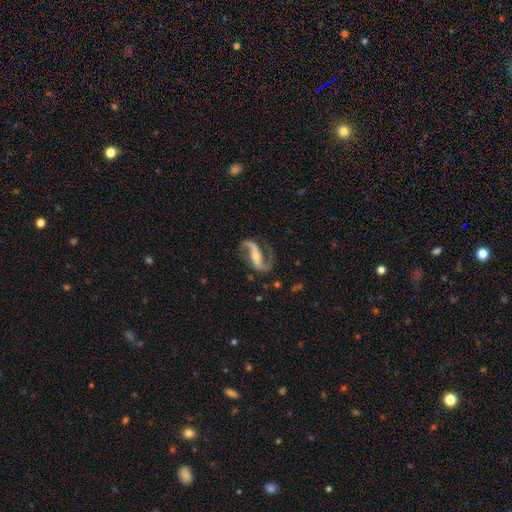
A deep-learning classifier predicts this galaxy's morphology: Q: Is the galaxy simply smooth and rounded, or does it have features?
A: featured or disk — 92%.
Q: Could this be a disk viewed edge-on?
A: no — 96%.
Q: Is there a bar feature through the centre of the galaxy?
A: strong — 45%.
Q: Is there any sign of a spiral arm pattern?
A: yes — 97%.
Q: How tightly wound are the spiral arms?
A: loose — 61%.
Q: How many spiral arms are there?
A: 2 — 93%.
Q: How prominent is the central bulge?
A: small — 53%.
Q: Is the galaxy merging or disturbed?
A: none — 77%.